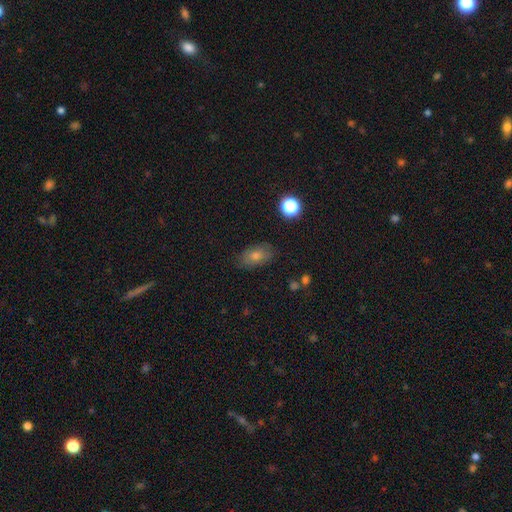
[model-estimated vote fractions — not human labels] Smooth or featured: smooth — 69% (featured or disk — 16%)
How rounded: in between — 86% (round — 10%)
Merging: none — 83% (minor disturbance — 12%)